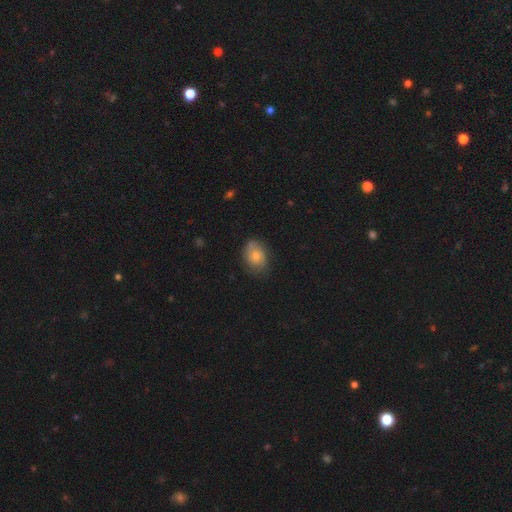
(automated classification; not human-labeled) A smooth galaxy with no disk features (56%) that is in between round and cigar-shaped (65%). Merging: none (75%).